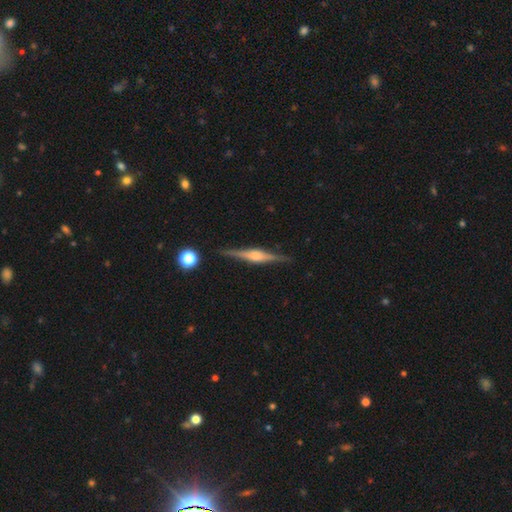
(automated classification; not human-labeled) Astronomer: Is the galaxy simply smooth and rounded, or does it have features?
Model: featured or disk — 80%.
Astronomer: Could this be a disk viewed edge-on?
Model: yes — 98%.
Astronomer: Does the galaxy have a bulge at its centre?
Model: rounded — 75%.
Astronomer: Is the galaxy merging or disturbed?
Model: none — 89%.